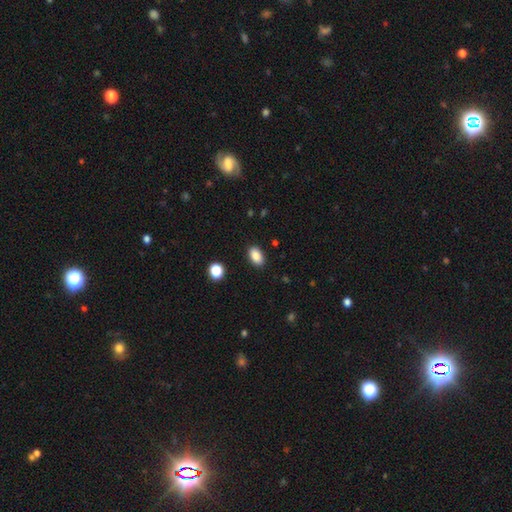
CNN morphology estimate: A smooth galaxy with no disk features (87%) that is in between round and cigar-shaped (91%).

Vote fractions:
- Smooth or featured? smooth: 87% / star or artifact: 9% / featured or disk: 5%
- How rounded? in between: 91% / round: 8% / cigar-shaped: 2%
- Merging? none: 89% / minor disturbance: 8% / major disturbance: 2% / merger: 1%